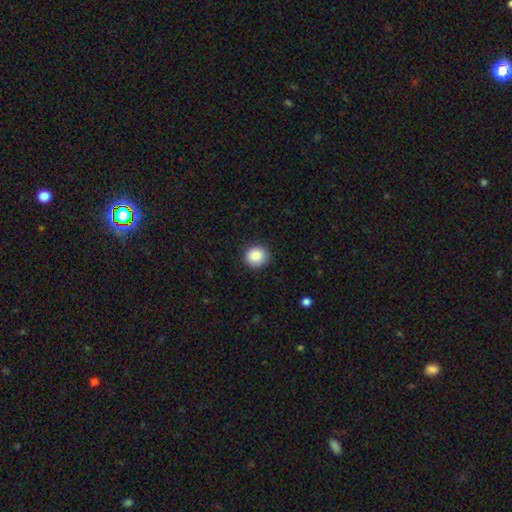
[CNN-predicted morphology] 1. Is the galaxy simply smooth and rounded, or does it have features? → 88% smooth, 9% star or artifact, 3% featured or disk.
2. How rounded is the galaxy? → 92% round, 8% in between, 1% cigar-shaped.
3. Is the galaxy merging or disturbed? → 88% none, 9% minor disturbance, 2% major disturbance, 1% merger.